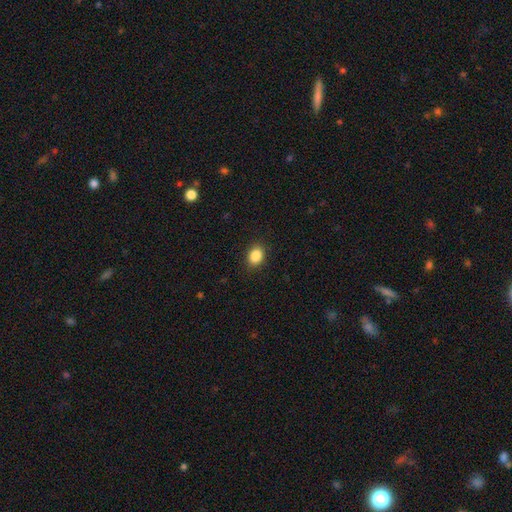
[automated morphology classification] A smooth galaxy with no disk features (87%) that is in between round and cigar-shaped (58%).

Vote fractions:
- Smooth or featured? smooth: 87% / star or artifact: 9% / featured or disk: 3%
- How rounded? in between: 58% / round: 41% / cigar-shaped: 1%
- Merging? none: 88% / minor disturbance: 8% / major disturbance: 2% / merger: 1%